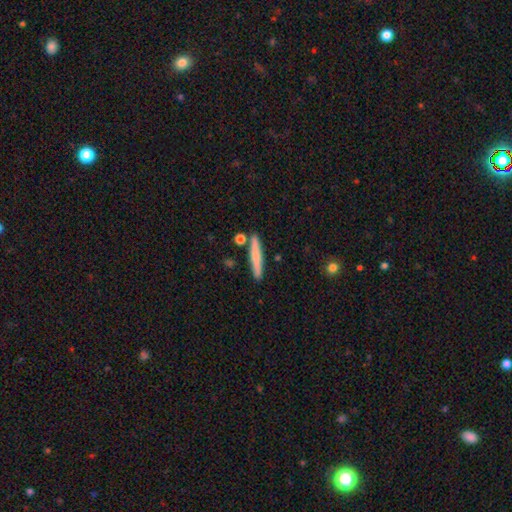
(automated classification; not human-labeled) The model was most divided on "smooth or featured": smooth: 65%, featured or disk: 29%, star or artifact: 6%. More confident: how rounded — cigar-shaped (93%); merging — none (84%).